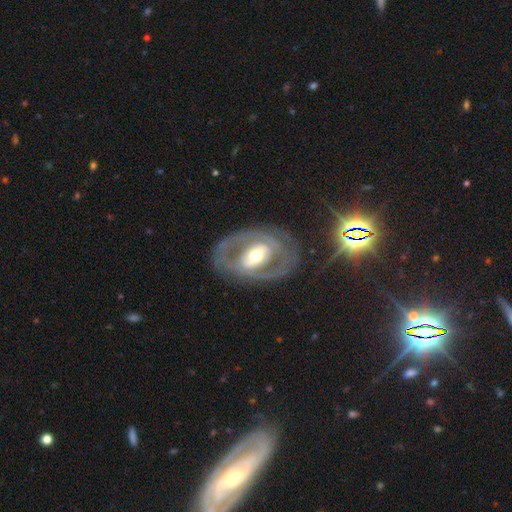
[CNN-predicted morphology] Smooth or featured: featured or disk — 77% (smooth — 18%)
Edge-on disk: no — 94% (yes — 6%)
Bar: strong — 38% (weak — 33%)
Spiral arms: yes — 55% (no — 45%)
Bulge size: moderate — 66% (large — 17%)
Merging: none — 71% (minor disturbance — 15%)